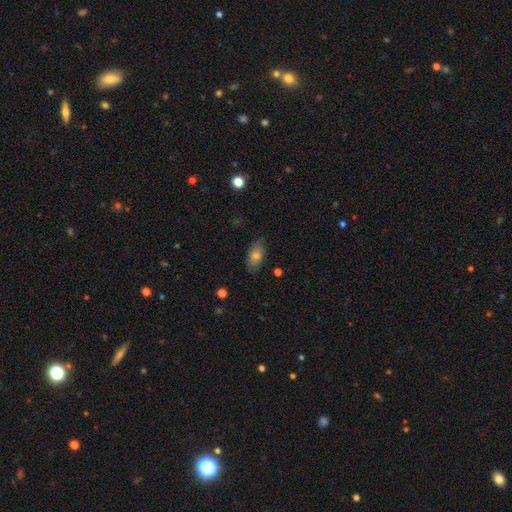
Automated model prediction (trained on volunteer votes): smooth_or_featured: smooth (p=0.71) [alt: featured or disk p=0.19]
how_rounded: in between (p=0.89) [alt: round p=0.06]
merging: none (p=0.82) [alt: minor disturbance p=0.14]